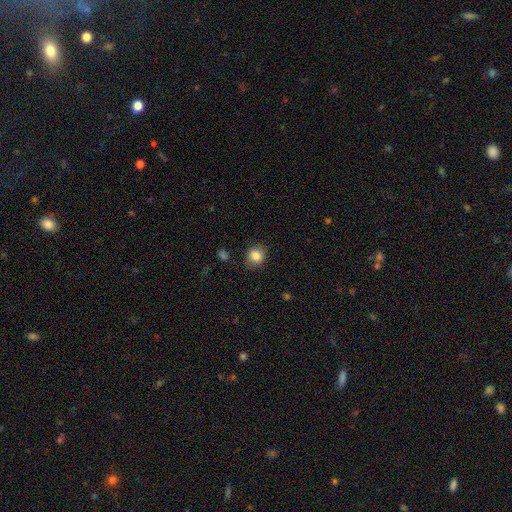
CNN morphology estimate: Overall: smooth (84%). How rounded: round (78%). Merging: none (84%).